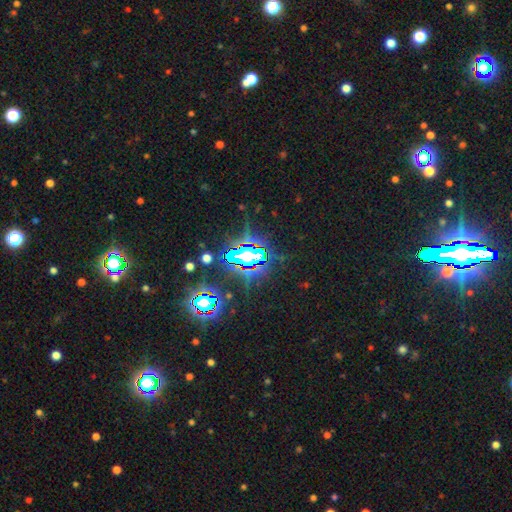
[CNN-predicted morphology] star or artifact 82%, smooth 10%, featured or disk 8%.